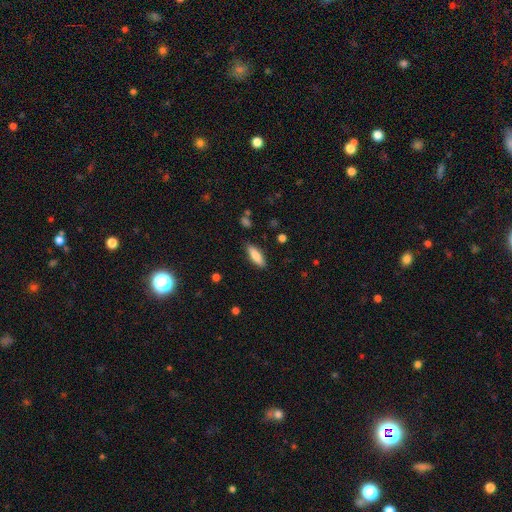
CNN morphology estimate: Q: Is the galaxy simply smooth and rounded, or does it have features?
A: smooth — 81%.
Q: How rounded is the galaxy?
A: in between — 52%.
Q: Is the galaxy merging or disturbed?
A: none — 86%.